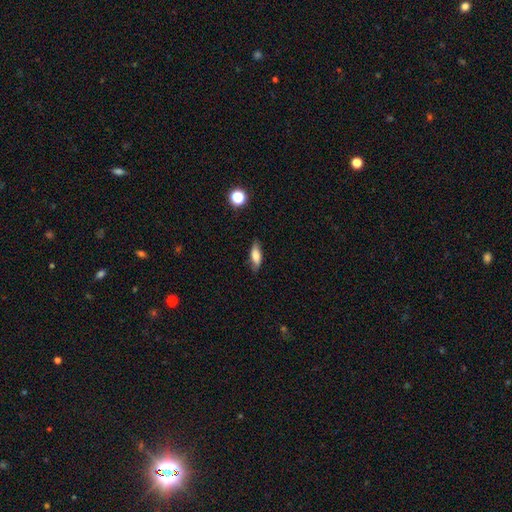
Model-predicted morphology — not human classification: Overall: smooth (72%). How rounded: in between (61%; cigar-shaped 36%). Merging: none (80%).